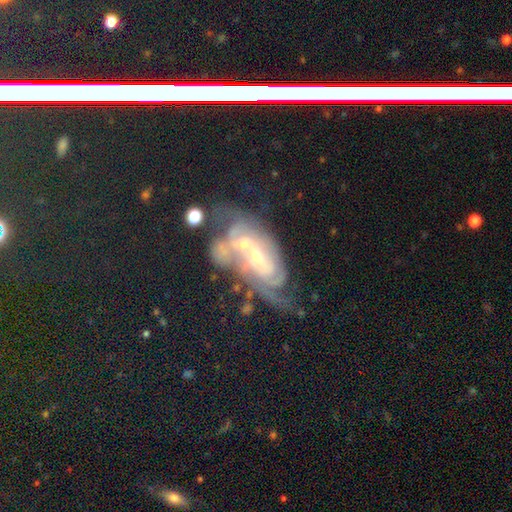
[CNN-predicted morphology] smooth-or-featured: featured or disk: 71% | star or artifact: 15% | smooth: 14%
  disk-edge-on: no: 94% | yes: 6%
    bar: no: 58% | weak: 31% | strong: 11%
    has-spiral-arms: yes: 87% | no: 13%
      spiral-winding: tight: 50% | medium: 35% | loose: 14%
      spiral-arm-count: can't tell: 39% | 2: 34% | 3: 11% | 1: 7% | 4: 5% | more than 4: 4%
    bulge-size: small: 61% | moderate: 32% | none: 3% | large: 3% | dominant: 1%
  merging: merger: 45% | none: 27% | major disturbance: 15% | minor disturbance: 12%